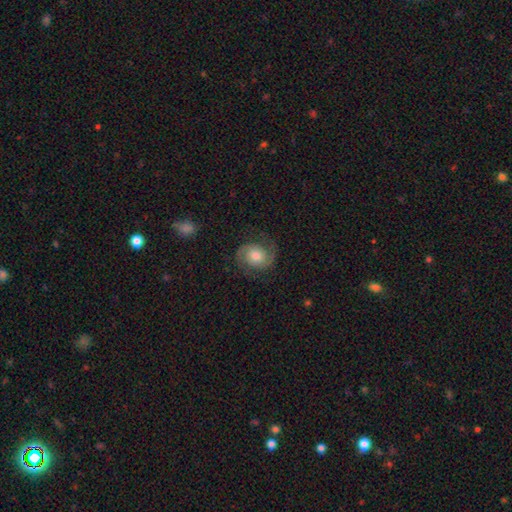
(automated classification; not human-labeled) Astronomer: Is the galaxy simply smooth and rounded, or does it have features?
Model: featured or disk — 77%.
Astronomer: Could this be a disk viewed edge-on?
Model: no — 98%.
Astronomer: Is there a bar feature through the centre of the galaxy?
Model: no — 71%.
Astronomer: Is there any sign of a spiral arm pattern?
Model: yes — 96%.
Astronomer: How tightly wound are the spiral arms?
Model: medium — 50% (runner-up: tight, 32%).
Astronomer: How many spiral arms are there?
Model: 2 — 92%.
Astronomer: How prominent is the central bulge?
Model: moderate — 55%.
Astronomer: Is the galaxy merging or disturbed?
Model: none — 79%.